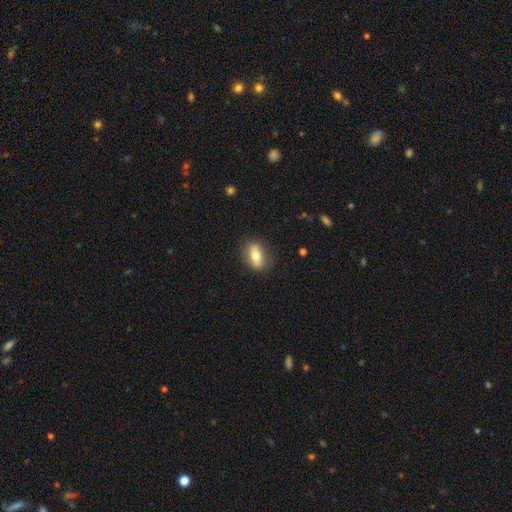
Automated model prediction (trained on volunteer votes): A smooth galaxy with no disk features (71%) that is in between round and cigar-shaped (78%). Merging: none (83%).